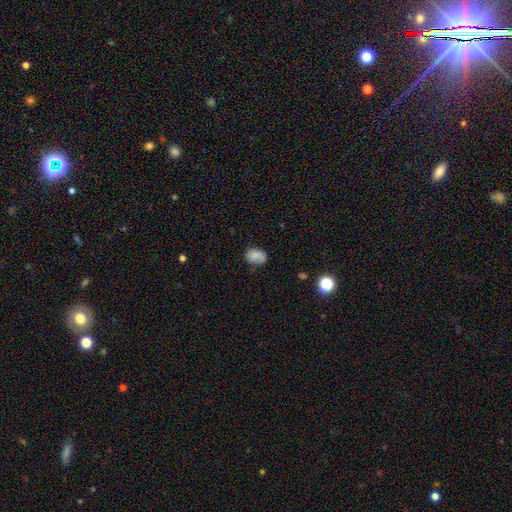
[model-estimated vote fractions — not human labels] Overall: smooth (73%). How rounded: in between (72%). Merging: none (56%; minor disturbance 30%).